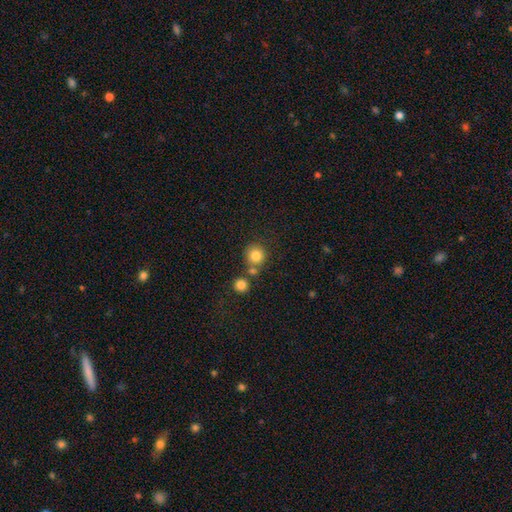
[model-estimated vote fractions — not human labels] The model was most divided on "merging": none: 66%, merger: 22%, minor disturbance: 9%, major disturbance: 3%. More confident: how rounded — round (91%); smooth or featured — smooth (82%).